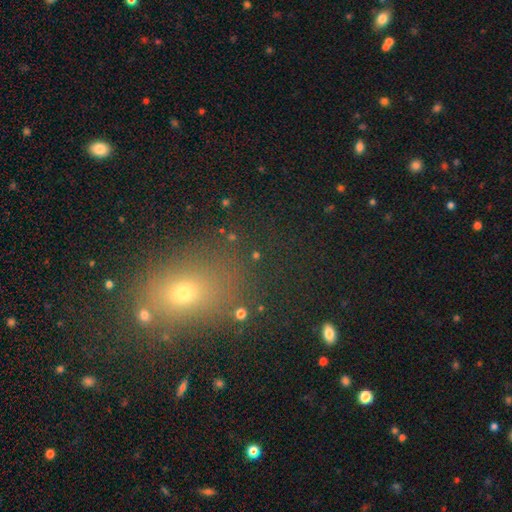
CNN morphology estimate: smooth-or-featured: smooth: 50% | star or artifact: 36% | featured or disk: 14%
  how-rounded: round: 52% | in between: 43% | cigar-shaped: 4%
  merging: none: 73% | minor disturbance: 12% | major disturbance: 8% | merger: 7%